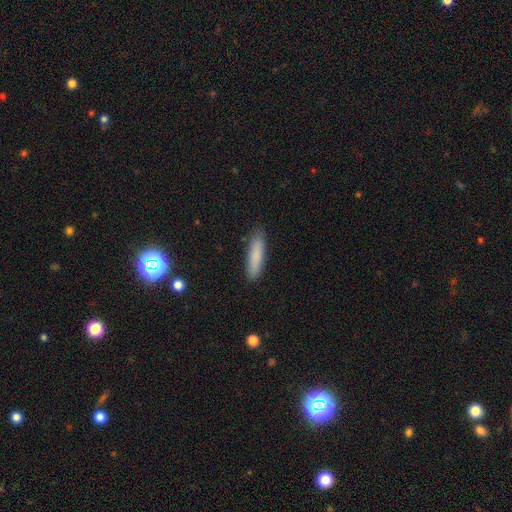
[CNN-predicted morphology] Overall: smooth (83%). How rounded: cigar-shaped (78%). Merging: none (88%).